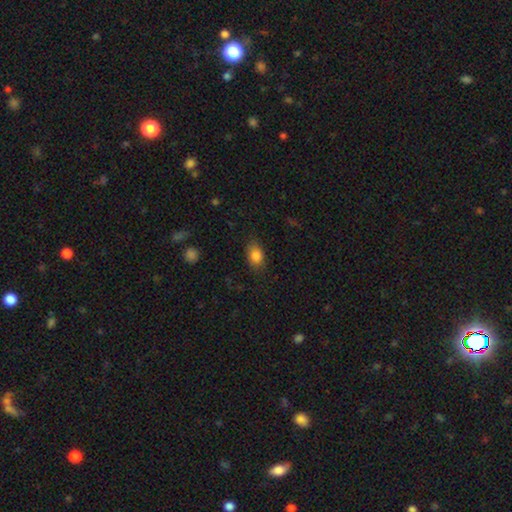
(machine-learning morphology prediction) A smooth galaxy with no disk features (83%) that is in between round and cigar-shaped (79%).

Vote fractions:
- Smooth or featured? smooth: 83% / star or artifact: 9% / featured or disk: 8%
- How rounded? in between: 79% / round: 19% / cigar-shaped: 2%
- Merging? none: 81% / minor disturbance: 15% / major disturbance: 4% / merger: 1%